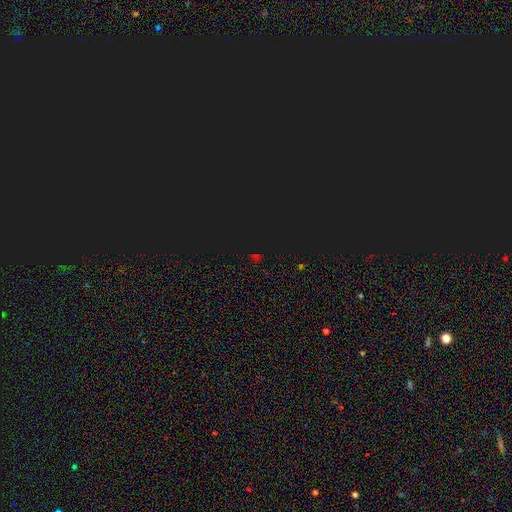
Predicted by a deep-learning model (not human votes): Smooth or featured? Predicted: star or artifact (p=0.75).